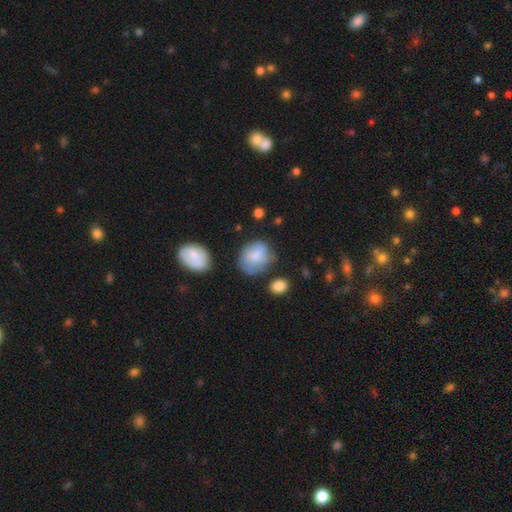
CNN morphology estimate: Q: Smooth or featured?
A: smooth (75%); runner-up: featured or disk (18%)
Q: How rounded?
A: round (62%); runner-up: in between (37%)
Q: Merging?
A: none (57%); runner-up: minor disturbance (27%)